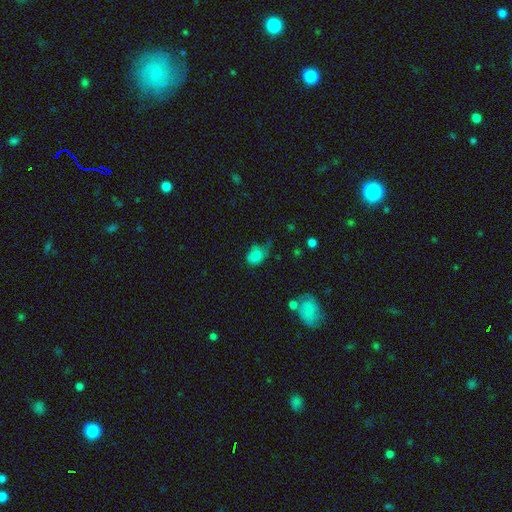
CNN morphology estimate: Smooth or featured: smooth — 78% (featured or disk — 13%)
How rounded: in between — 65% (round — 34%)
Merging: minor disturbance — 36% (none — 34%)